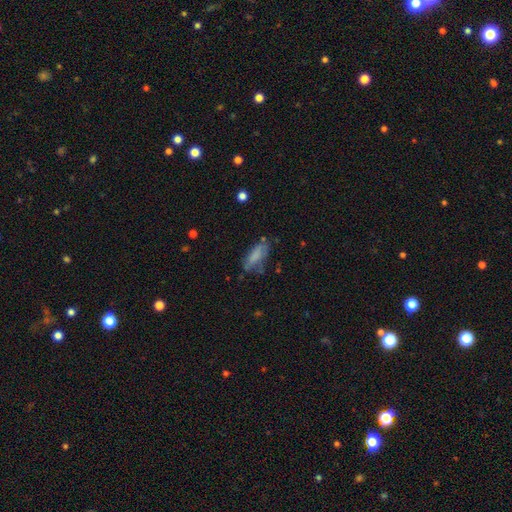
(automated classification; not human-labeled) Smooth or featured? Predicted: smooth (p=0.72). How rounded? Predicted: in between (p=0.72). Merging? Predicted: none (p=0.50).